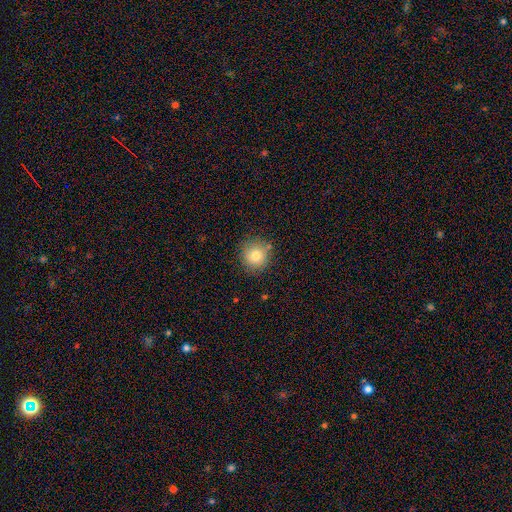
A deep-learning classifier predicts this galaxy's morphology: A smooth galaxy with no disk features (80%) that is round (93%). Merging: none (84%).